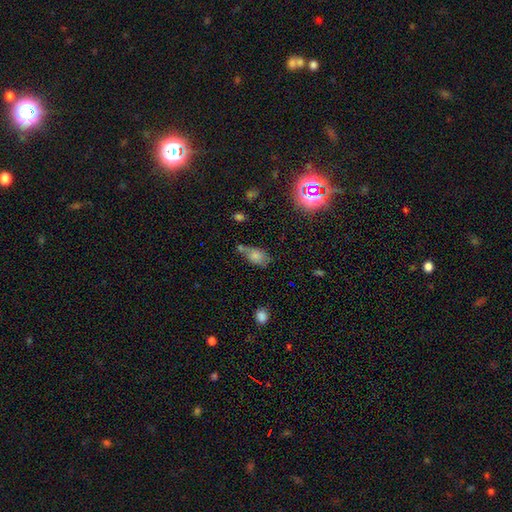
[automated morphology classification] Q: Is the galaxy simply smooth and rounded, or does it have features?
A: smooth — 71%.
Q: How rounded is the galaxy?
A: in between — 85%.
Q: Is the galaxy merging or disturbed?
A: none — 39%.